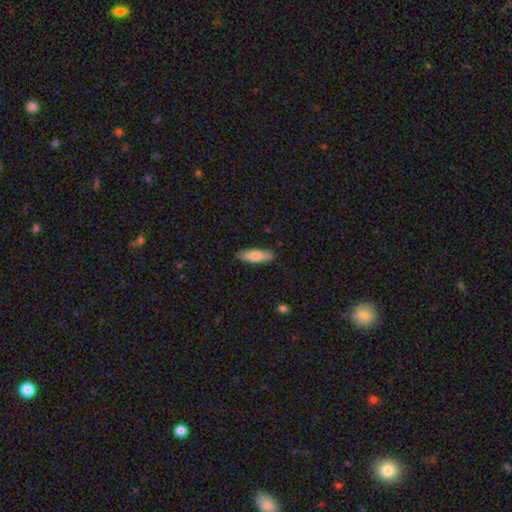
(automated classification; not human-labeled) A smooth galaxy with no disk features (79%) that is in between round and cigar-shaped (58%). Merging: none (86%).